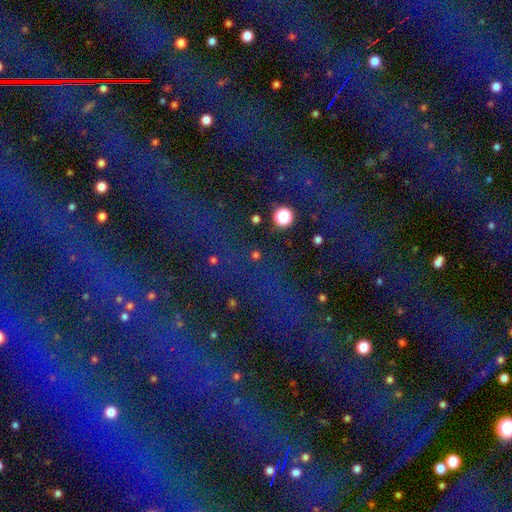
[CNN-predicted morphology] Q: Smooth or featured?
A: star or artifact (77%); runner-up: featured or disk (12%)